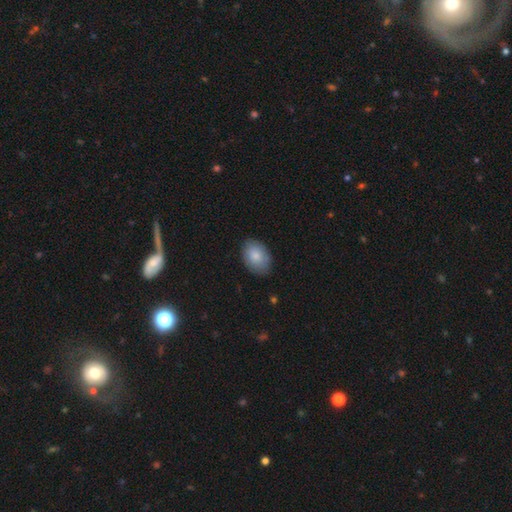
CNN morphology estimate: Smooth or featured?
  - smooth: 82% *
  - featured or disk: 12%
  - star or artifact: 6%
How rounded?
  - in between: 84% *
  - round: 15%
  - cigar-shaped: 1%
Merging?
  - none: 82% *
  - minor disturbance: 15%
  - major disturbance: 3%
  - merger: 1%